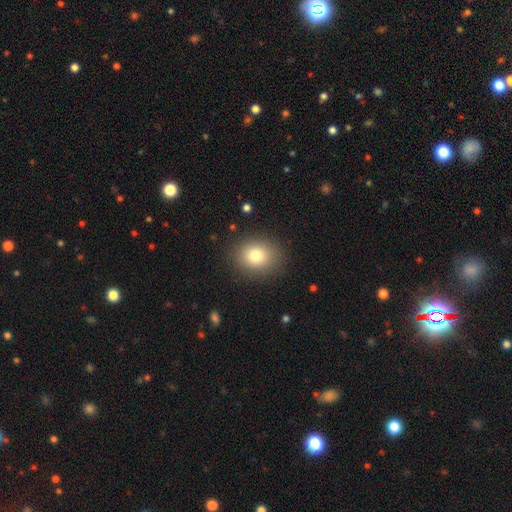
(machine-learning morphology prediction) smooth-or-featured: smooth: 79% | star or artifact: 11% | featured or disk: 10%
  how-rounded: round: 61% | in between: 38% | cigar-shaped: 1%
  merging: none: 87% | minor disturbance: 8% | major disturbance: 3% | merger: 1%